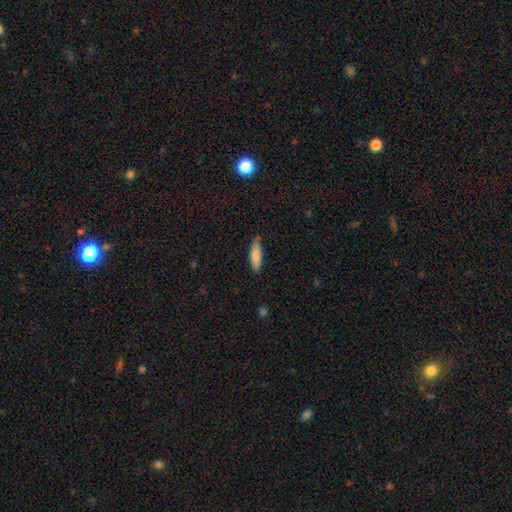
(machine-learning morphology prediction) Smooth or featured: smooth — 83% (featured or disk — 11%)
How rounded: cigar-shaped — 63% (in between — 35%)
Merging: none — 76% (minor disturbance — 20%)